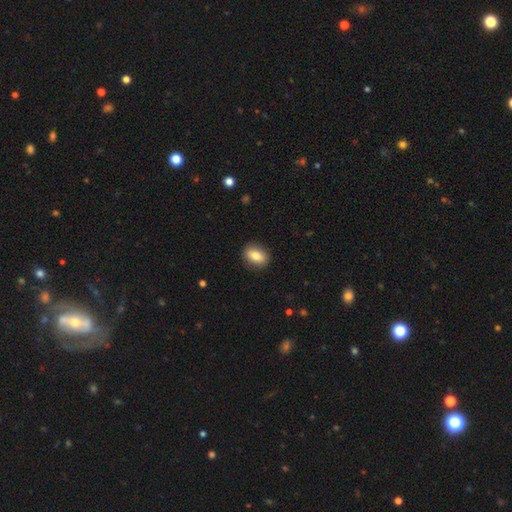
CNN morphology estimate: Smooth or featured: smooth — 81% (featured or disk — 11%)
How rounded: in between — 74% (round — 24%)
Merging: none — 88% (minor disturbance — 9%)